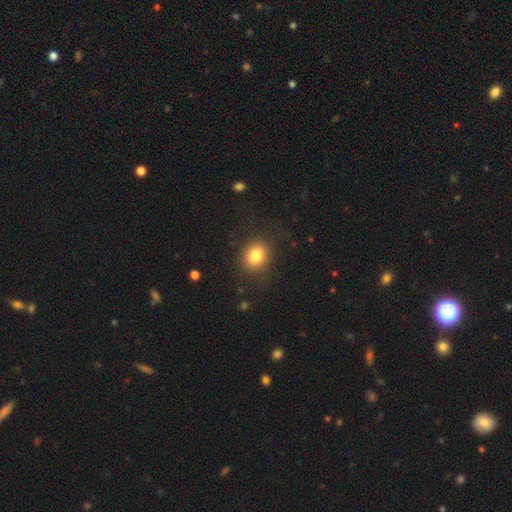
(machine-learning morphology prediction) This is clearly a smooth galaxy (82%). How rounded: likely round (65%). Merging: clearly none (83%).